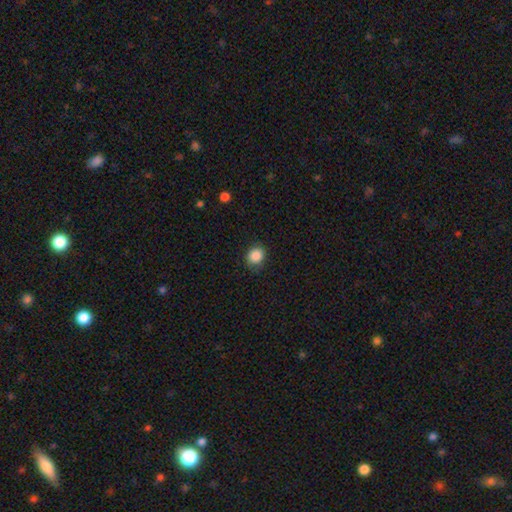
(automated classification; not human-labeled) A smooth galaxy with no disk features (87%) that is round (72%). Merging: none (83%).